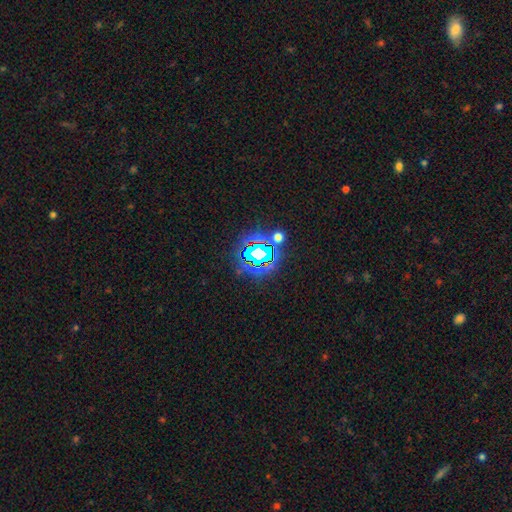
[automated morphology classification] Q: Smooth or featured?
A: star or artifact (66%); runner-up: smooth (19%)